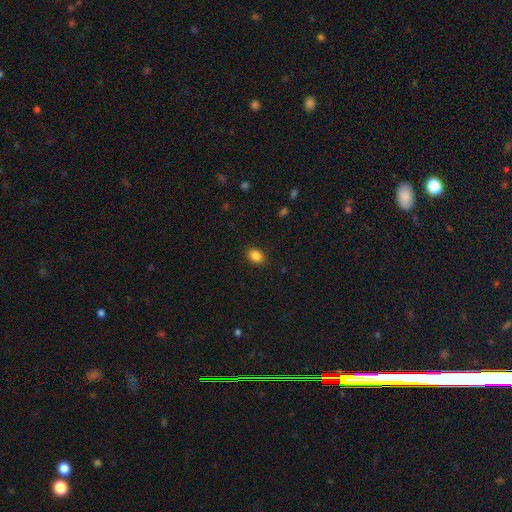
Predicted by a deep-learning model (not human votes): Q: Smooth or featured?
A: smooth (86%); runner-up: star or artifact (10%)
Q: How rounded?
A: in between (72%); runner-up: round (27%)
Q: Merging?
A: none (89%); runner-up: minor disturbance (8%)